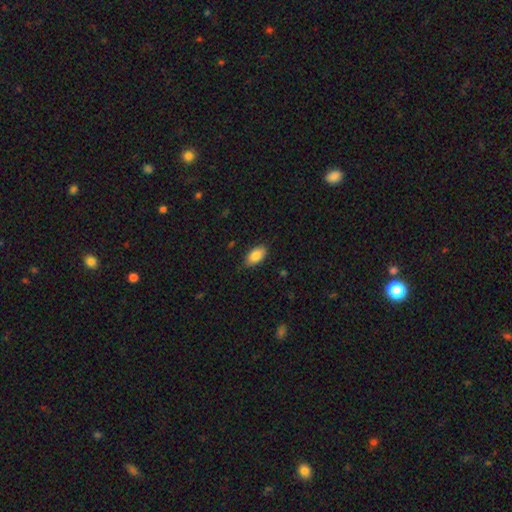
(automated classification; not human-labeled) Overall: smooth (86%). How rounded: in between (93%). Merging: none (83%).